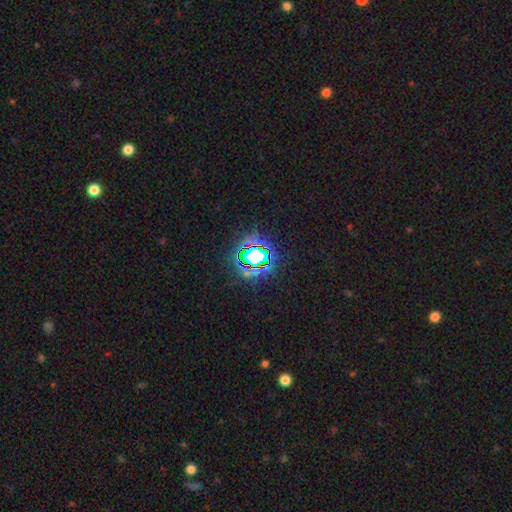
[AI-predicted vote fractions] Overall: star or artifact (71%).